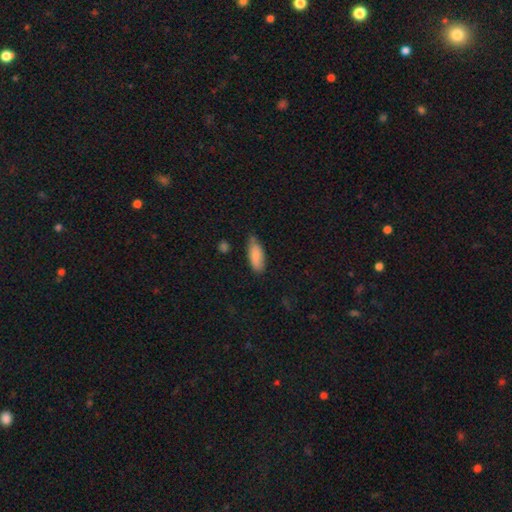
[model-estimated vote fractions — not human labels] Morphology: type=smooth (85%); roundness=in between (76%); merging=none (68%).